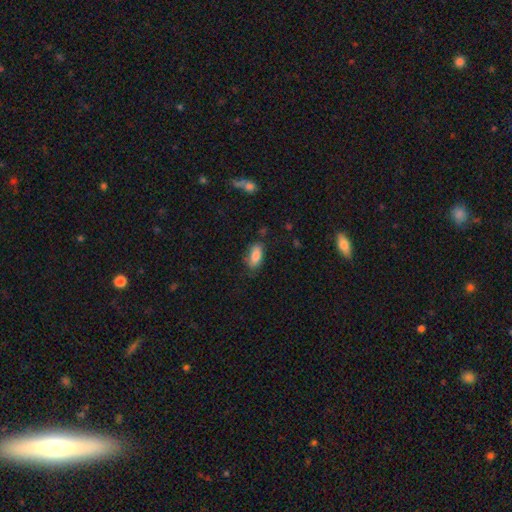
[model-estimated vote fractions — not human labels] smooth-or-featured: smooth: 82% | featured or disk: 11% | star or artifact: 7%
  how-rounded: in between: 86% | cigar-shaped: 11% | round: 3%
  merging: none: 72% | minor disturbance: 20% | major disturbance: 5% | merger: 2%